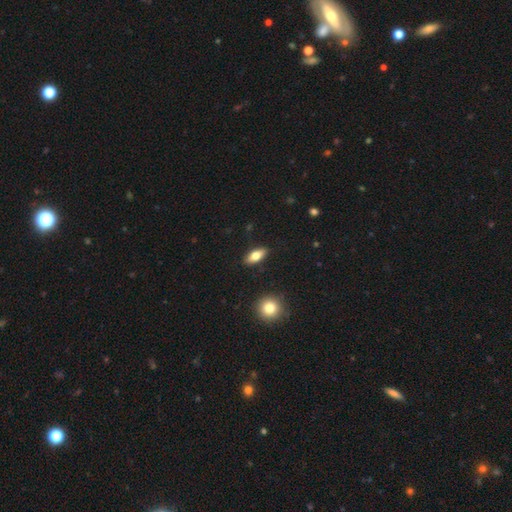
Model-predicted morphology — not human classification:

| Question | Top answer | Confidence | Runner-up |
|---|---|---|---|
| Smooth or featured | smooth | 75% | featured or disk (18%) |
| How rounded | in between | 83% | cigar-shaped (13%) |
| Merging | none | 88% | minor disturbance (8%) |